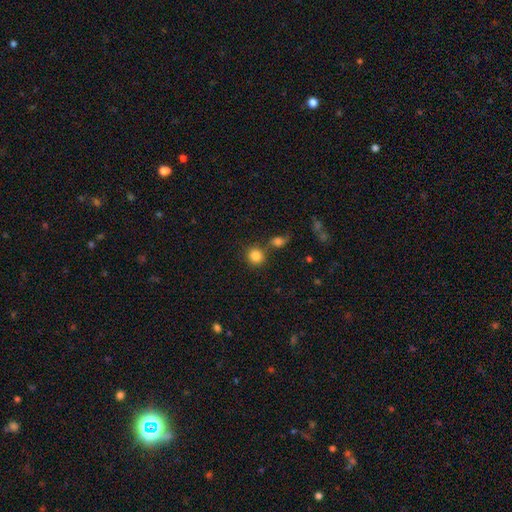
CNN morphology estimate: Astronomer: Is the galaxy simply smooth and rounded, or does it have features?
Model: smooth — 84%.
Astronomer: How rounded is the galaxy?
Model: round — 89%.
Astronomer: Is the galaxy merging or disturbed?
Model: none — 70%.